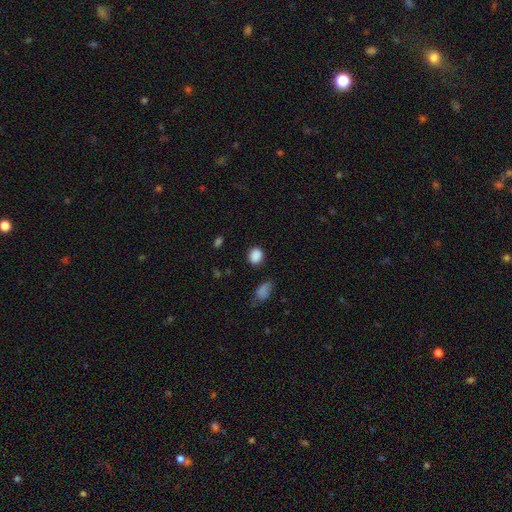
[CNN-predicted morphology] Overall: smooth (87%). How rounded: round (62%; in between 36%). Merging: none (84%).